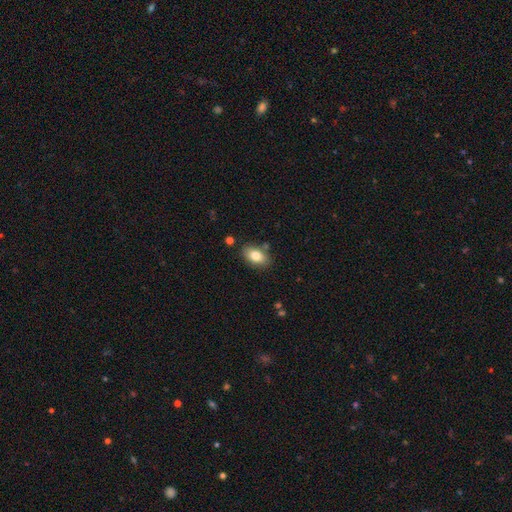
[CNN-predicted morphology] Smooth or featured?
  - smooth: 80% *
  - featured or disk: 12%
  - star or artifact: 8%
How rounded?
  - in between: 89% *
  - round: 9%
  - cigar-shaped: 2%
Merging?
  - none: 80% *
  - minor disturbance: 12%
  - merger: 4%
  - major disturbance: 3%